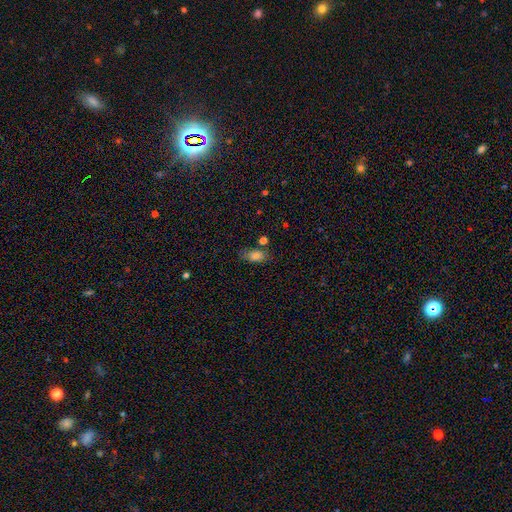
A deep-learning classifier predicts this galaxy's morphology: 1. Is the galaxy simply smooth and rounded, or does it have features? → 79% smooth, 11% star or artifact, 10% featured or disk.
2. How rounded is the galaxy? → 86% in between, 9% round, 4% cigar-shaped.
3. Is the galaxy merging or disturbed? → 69% none, 19% minor disturbance, 7% merger, 6% major disturbance.